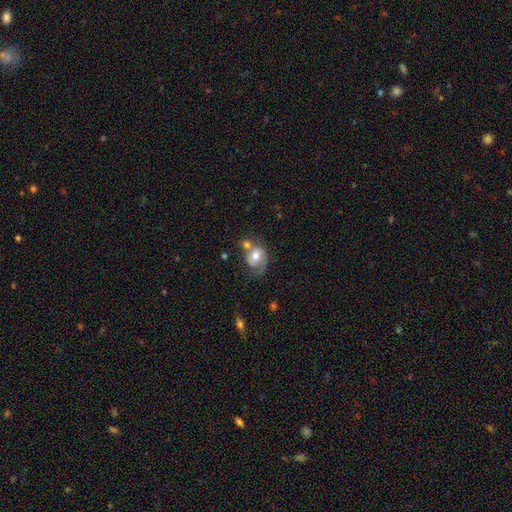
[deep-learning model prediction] This is possibly a featured or disk galaxy (53%). It is clearly not viewed edge-on (97%). Bar: possibly no (57%). Spiral arm pattern: likely yes (76%). Central bulge: likely moderate (68%). Merging: marginally merger (33%).